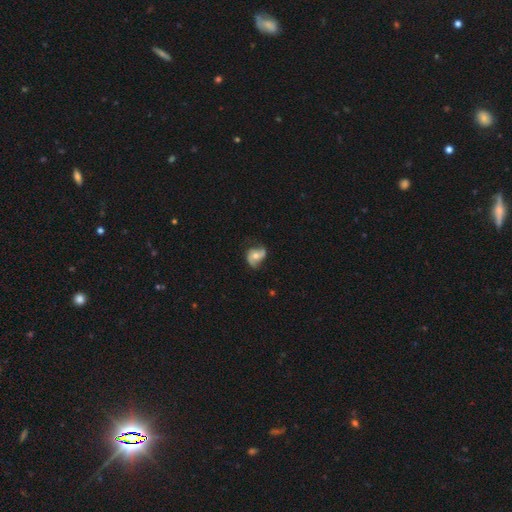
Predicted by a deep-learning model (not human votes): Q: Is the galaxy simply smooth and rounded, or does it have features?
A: featured or disk — 61%.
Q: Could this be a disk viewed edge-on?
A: no — 97%.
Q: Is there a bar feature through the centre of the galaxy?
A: no — 70%.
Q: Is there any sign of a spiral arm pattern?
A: yes — 85%.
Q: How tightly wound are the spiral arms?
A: loose — 40%.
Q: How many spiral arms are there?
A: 2 — 78%.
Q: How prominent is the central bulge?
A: moderate — 64%.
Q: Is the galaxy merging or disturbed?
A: none — 55%.